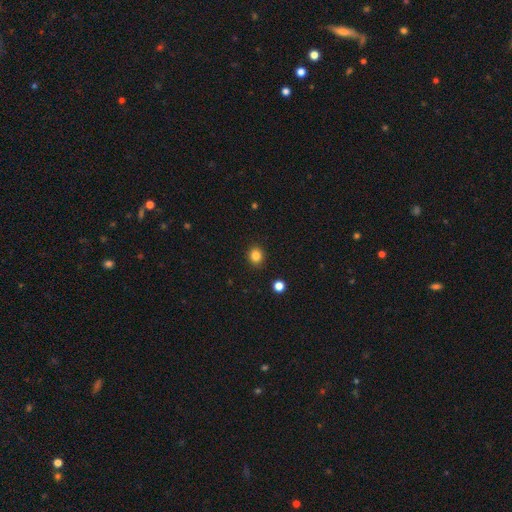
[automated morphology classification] The model was most divided on "how rounded": round: 76%, in between: 23%, cigar-shaped: 1%. More confident: merging — none (91%); smooth or featured — smooth (84%).